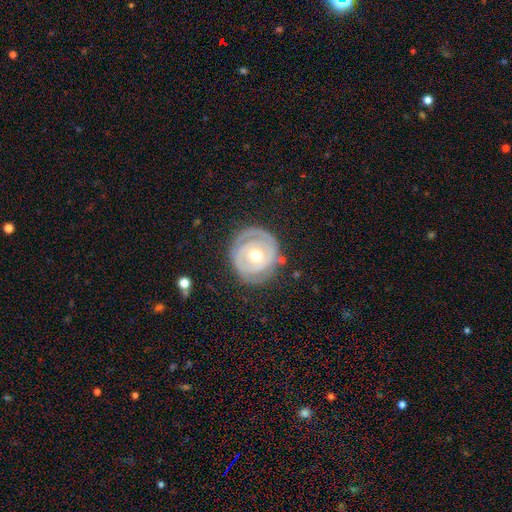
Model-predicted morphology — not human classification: Smooth or featured? featured or disk (71%)
Edge-on disk? no (96%)
Bar? no (70%)
Spiral arms? yes (63%)
Bulge size? moderate (75%)
Merging? none (73%)